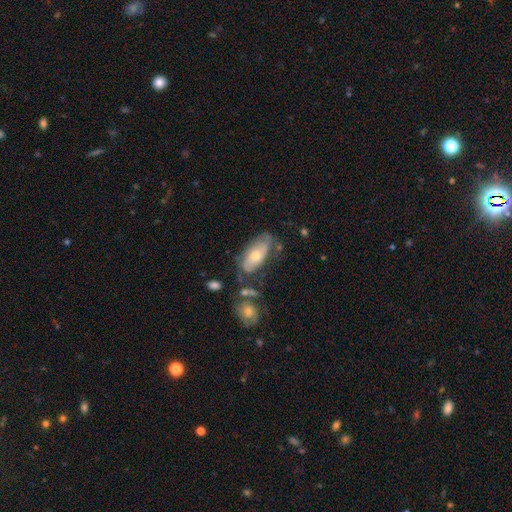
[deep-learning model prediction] Morphology: type=smooth (55%); roundness=in between (86%); merging=none (54%).